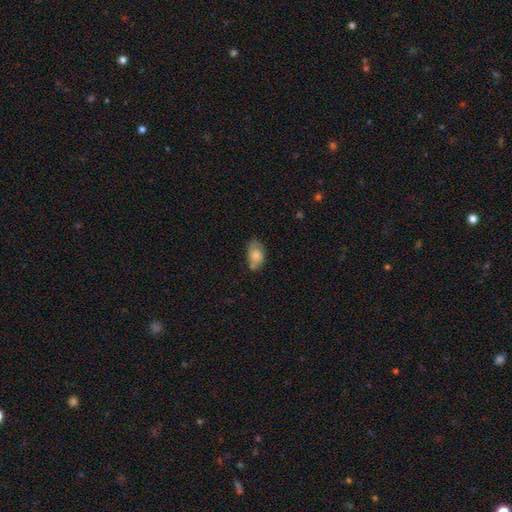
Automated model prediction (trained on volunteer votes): A smooth galaxy with no disk features (75%) that is in between round and cigar-shaped (89%). Merging: none (50%).